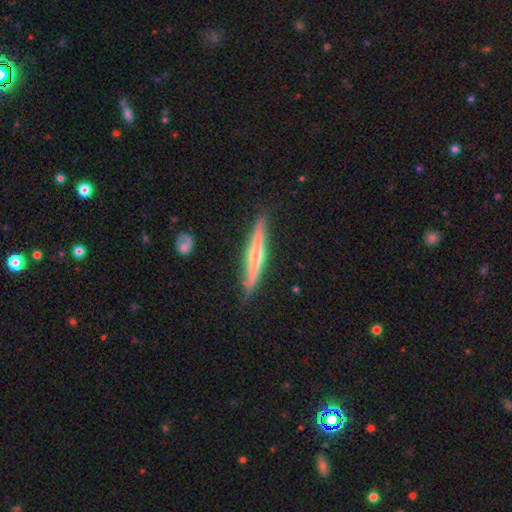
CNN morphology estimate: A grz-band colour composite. It shows a featured or disk galaxy (63%) viewed edge-on (95%) with a rounded central bulge (52%). Merging: none (84%).